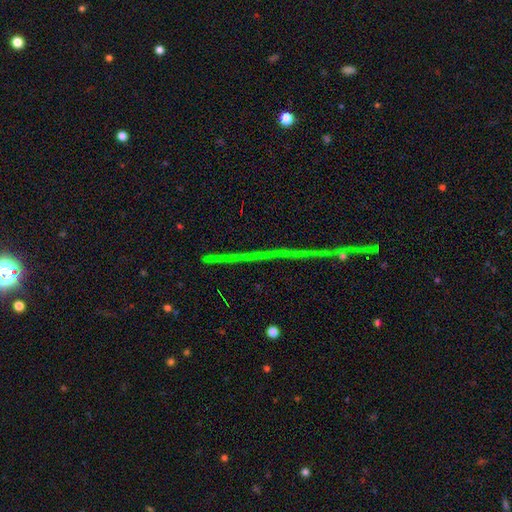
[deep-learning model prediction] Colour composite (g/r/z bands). It shows a star or artifact, not a galaxy (78%).